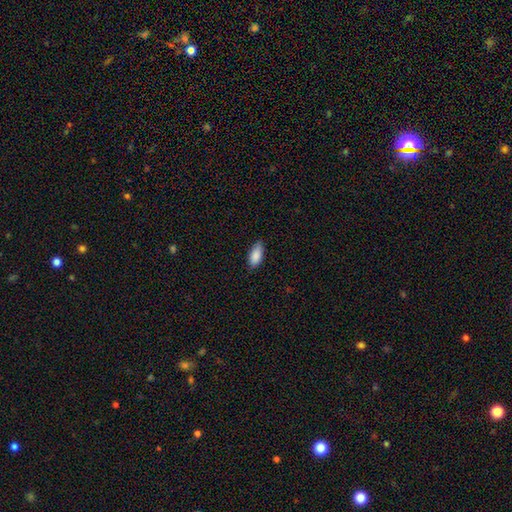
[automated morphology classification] A smooth galaxy with no disk features (87%) that is in between round and cigar-shaped (86%).

Vote fractions:
- Smooth or featured? smooth: 87% / star or artifact: 7% / featured or disk: 6%
- How rounded? in between: 86% / cigar-shaped: 11% / round: 2%
- Merging? none: 76% / minor disturbance: 20% / major disturbance: 3% / merger: 1%